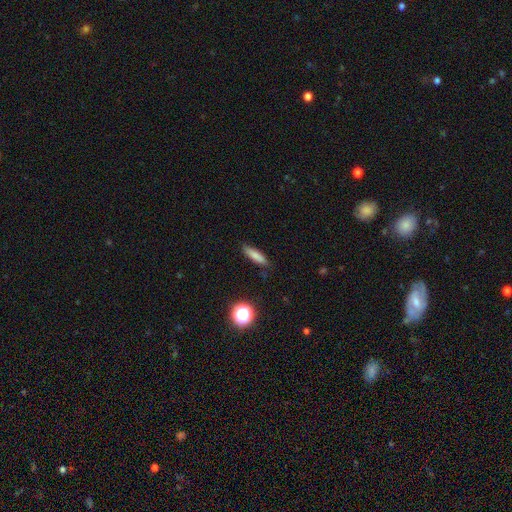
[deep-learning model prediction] The model was most divided on "how rounded": cigar-shaped: 71%, in between: 25%, round: 3%. More confident: merging — none (84%); smooth or featured — smooth (79%).